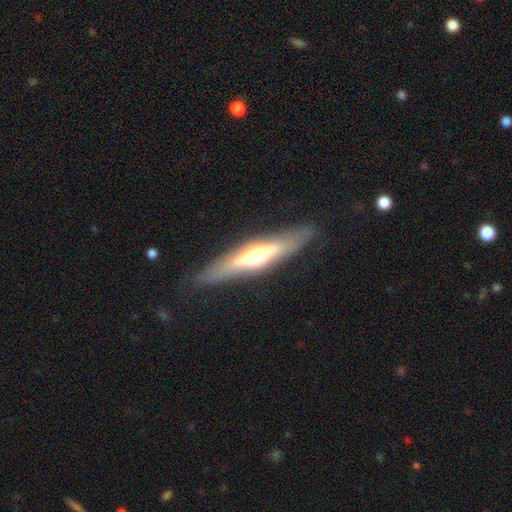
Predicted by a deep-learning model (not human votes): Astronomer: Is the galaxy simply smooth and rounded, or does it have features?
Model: featured or disk — 62%.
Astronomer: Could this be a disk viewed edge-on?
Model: yes — 86%.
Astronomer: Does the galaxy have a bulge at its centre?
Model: rounded — 83%.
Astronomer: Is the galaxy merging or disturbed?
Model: none — 84%.